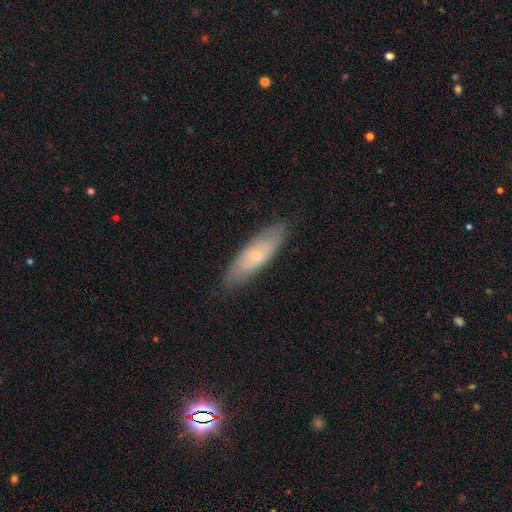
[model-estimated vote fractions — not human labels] smooth_or_featured: smooth (p=0.47) [alt: featured or disk p=0.46]
merging: none (p=0.81) [alt: minor disturbance p=0.15]